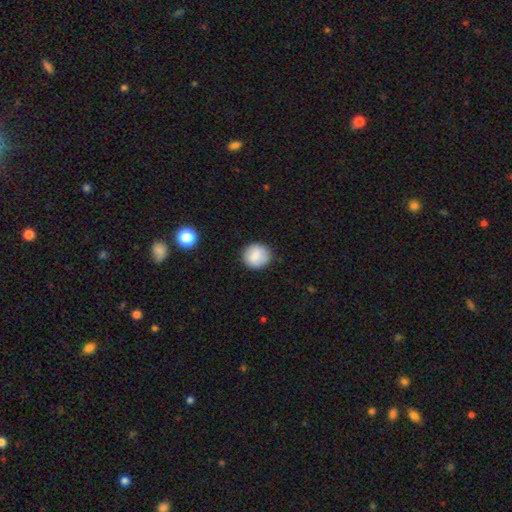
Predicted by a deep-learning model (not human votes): A smooth galaxy with no disk features (82%) that is round (89%).

Vote fractions:
- Smooth or featured? smooth: 82% / featured or disk: 10% / star or artifact: 8%
- How rounded? round: 89% / in between: 10% / cigar-shaped: 1%
- Merging? none: 87% / minor disturbance: 9% / major disturbance: 2% / merger: 1%